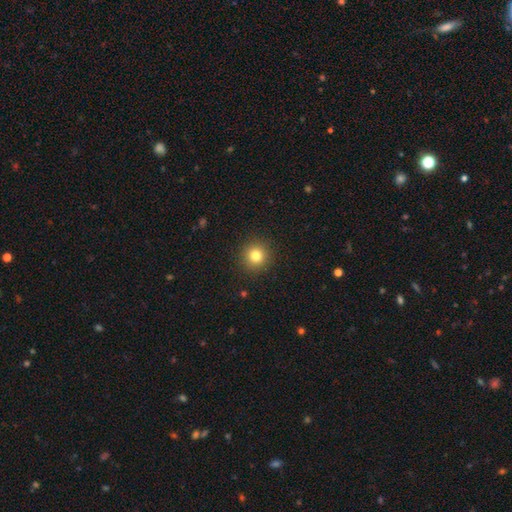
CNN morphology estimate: A smooth galaxy with no disk features (81%) that is round (94%).

Vote fractions:
- Smooth or featured? smooth: 81% / star or artifact: 12% / featured or disk: 7%
- How rounded? round: 94% / in between: 5% / cigar-shaped: 1%
- Merging? none: 92% / minor disturbance: 5% / major disturbance: 2% / merger: 1%